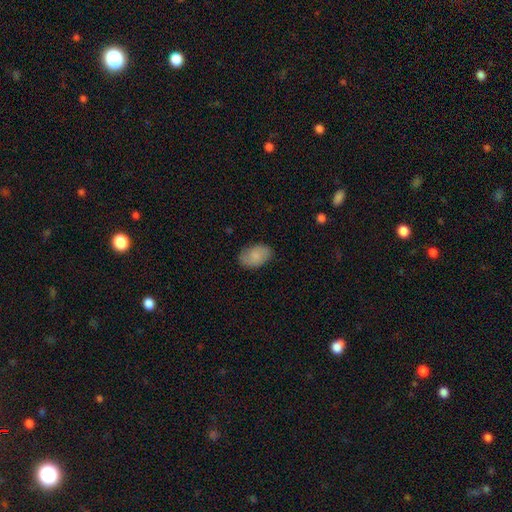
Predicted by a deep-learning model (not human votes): Overall: smooth (78%). How rounded: in between (91%). Merging: none (82%).